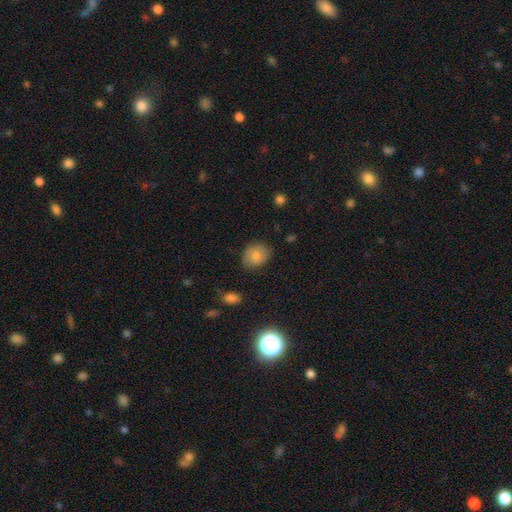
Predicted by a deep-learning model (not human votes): smooth_or_featured: smooth (p=0.77) [alt: featured or disk p=0.14]
how_rounded: round (p=0.58) [alt: in between p=0.41]
merging: none (p=0.77) [alt: minor disturbance p=0.17]